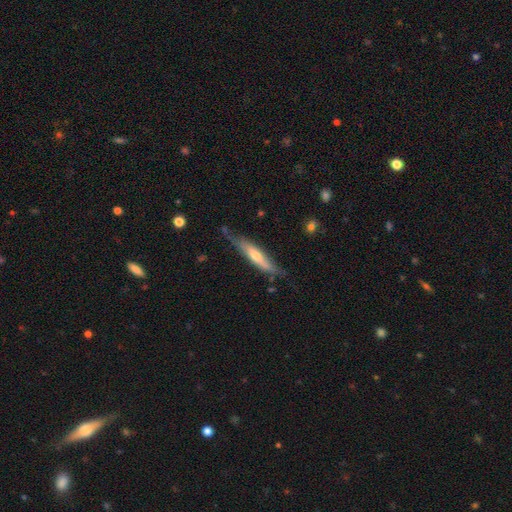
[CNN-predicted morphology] Q: Smooth or featured?
A: featured or disk (56%); runner-up: smooth (38%)
Q: Edge-on disk?
A: yes (85%); runner-up: no (15%)
Q: Merging?
A: none (70%); runner-up: minor disturbance (23%)